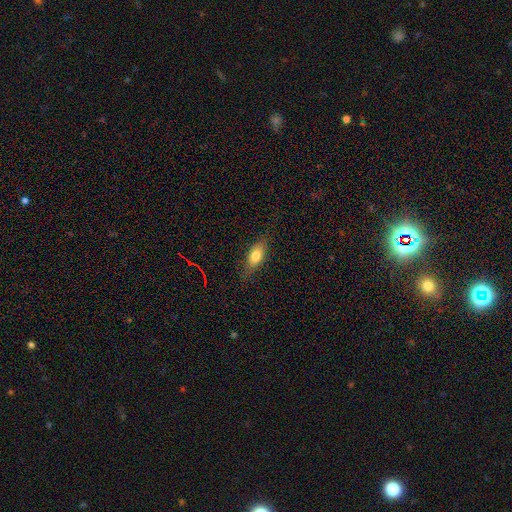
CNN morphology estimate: This is likely a smooth galaxy (73%). How rounded: likely in between (77%). Merging: likely none (78%).